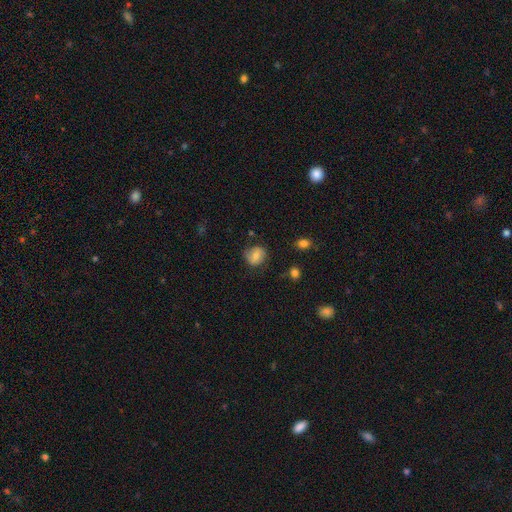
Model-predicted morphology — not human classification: Smooth or featured: smooth — 69% (featured or disk — 22%)
How rounded: round — 71% (in between — 28%)
Merging: none — 73% (minor disturbance — 20%)